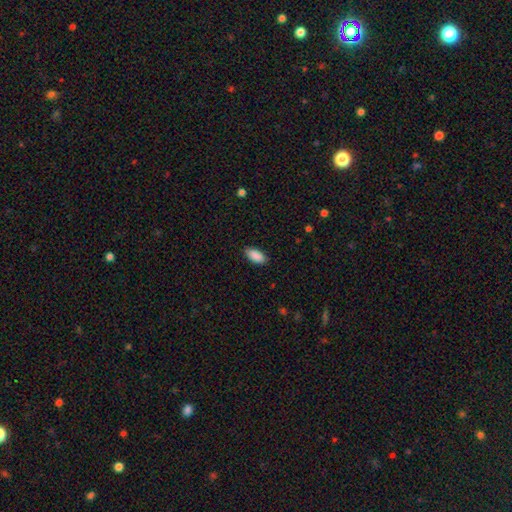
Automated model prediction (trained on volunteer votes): The model was most divided on "merging": none: 88%, minor disturbance: 9%, major disturbance: 2%, merger: 1%. More confident: how rounded — in between (92%); smooth or featured — smooth (91%).